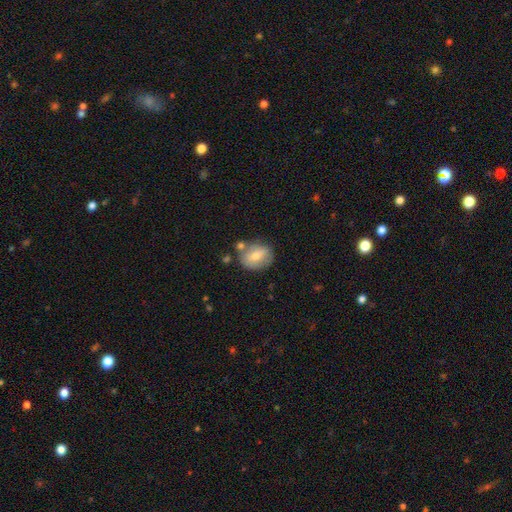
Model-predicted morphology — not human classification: A smooth galaxy with no disk features (66%) that is in between round and cigar-shaped (54%).

Vote fractions:
- Smooth or featured? smooth: 66% / featured or disk: 26% / star or artifact: 8%
- How rounded? in between: 54% / round: 45% / cigar-shaped: 2%
- Merging? none: 63% / minor disturbance: 20% / merger: 12% / major disturbance: 6%